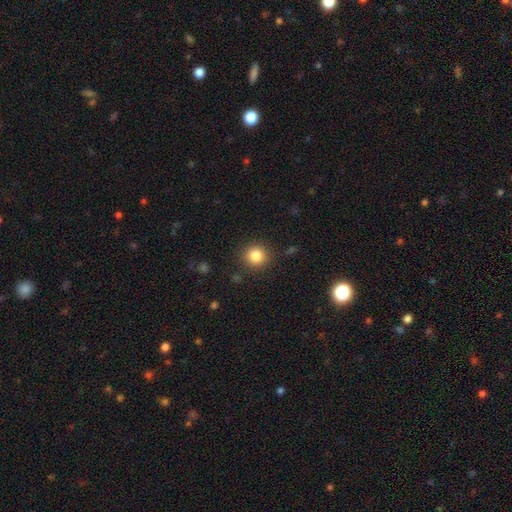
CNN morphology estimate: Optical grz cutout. It shows a smooth galaxy with no disk features (85%) that is round (91%). Merging: none (88%).